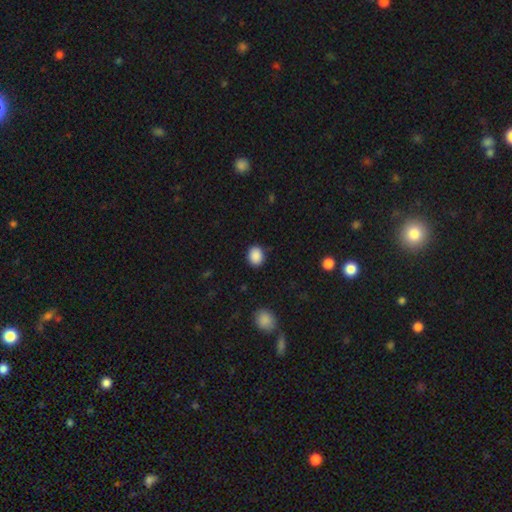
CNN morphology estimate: Smooth or featured? smooth (89%)
How rounded? round (51%)
Merging? none (88%)